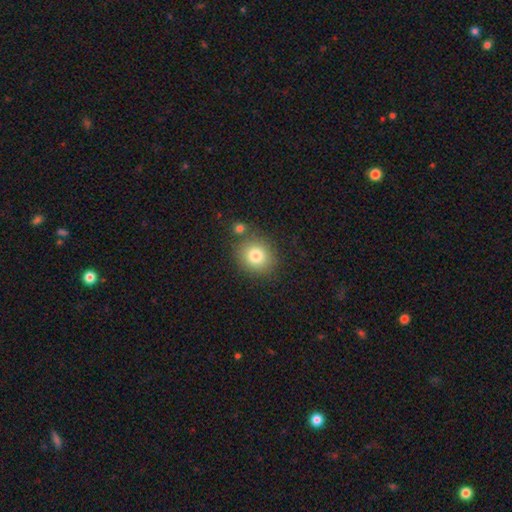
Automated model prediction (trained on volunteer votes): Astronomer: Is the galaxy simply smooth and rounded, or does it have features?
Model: smooth — 81%.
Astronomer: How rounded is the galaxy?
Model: round — 78%.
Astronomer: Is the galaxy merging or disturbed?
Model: none — 77%.